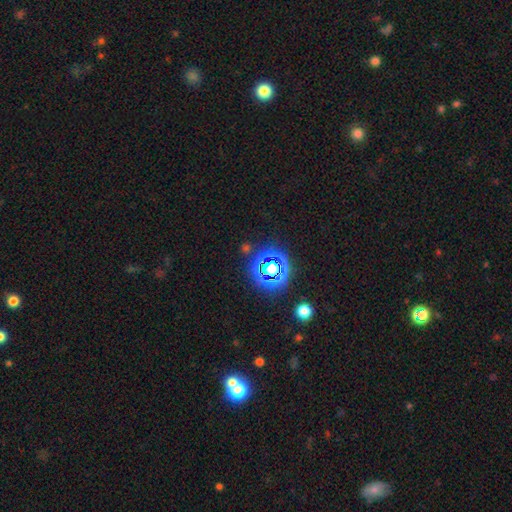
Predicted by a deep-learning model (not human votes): smooth_or_featured: star or artifact (p=0.67) [alt: smooth p=0.26]